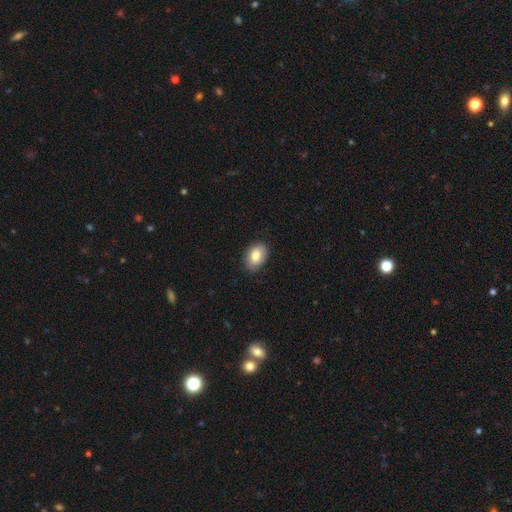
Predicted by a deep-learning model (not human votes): smooth_or_featured: smooth (p=0.83) [alt: featured or disk p=0.10]
how_rounded: in between (p=0.86) [alt: round p=0.13]
merging: none (p=0.87) [alt: minor disturbance p=0.10]